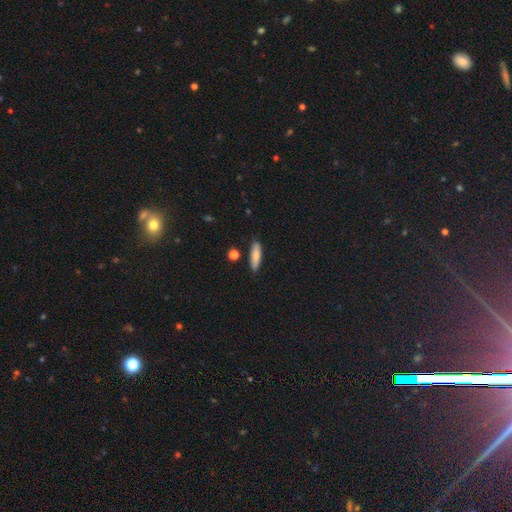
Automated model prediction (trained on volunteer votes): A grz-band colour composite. It shows a smooth galaxy with no disk features (80%) that is cigar-shaped (64%). Merging: none (86%).